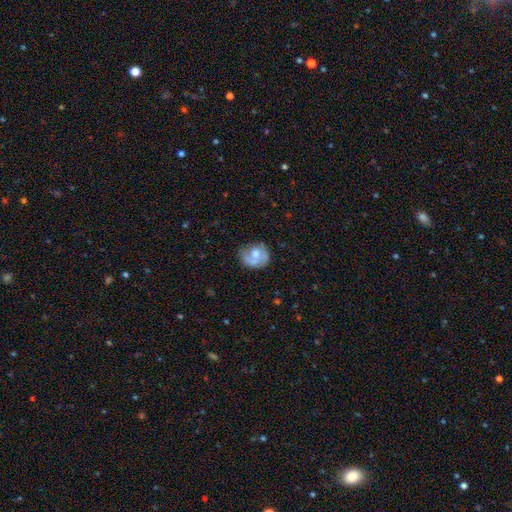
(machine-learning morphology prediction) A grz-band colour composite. It shows a smooth galaxy with no disk features (55%) that is round (62%). Merging: none (49%).